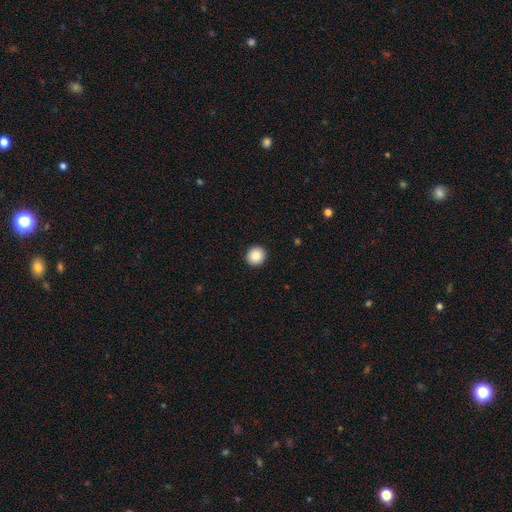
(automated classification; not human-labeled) smooth 88%, star or artifact 9%, featured or disk 3%. Down the decision tree: how rounded — round (93%); merging — none (93%).